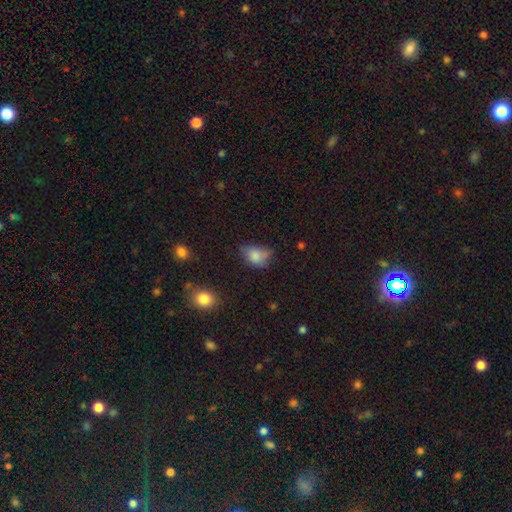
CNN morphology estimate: Q: Smooth or featured?
A: smooth (79%); runner-up: star or artifact (11%)
Q: How rounded?
A: in between (76%); runner-up: round (22%)
Q: Merging?
A: none (40%); runner-up: minor disturbance (39%)